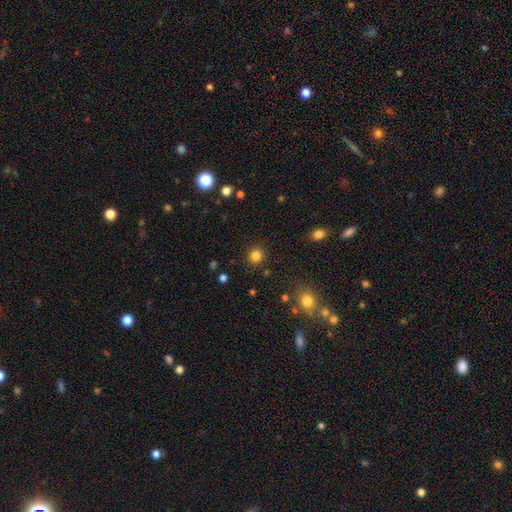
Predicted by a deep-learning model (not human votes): The model was most divided on "smooth or featured": smooth: 83%, star or artifact: 13%, featured or disk: 4%. More confident: merging — none (90%); how rounded — round (89%).